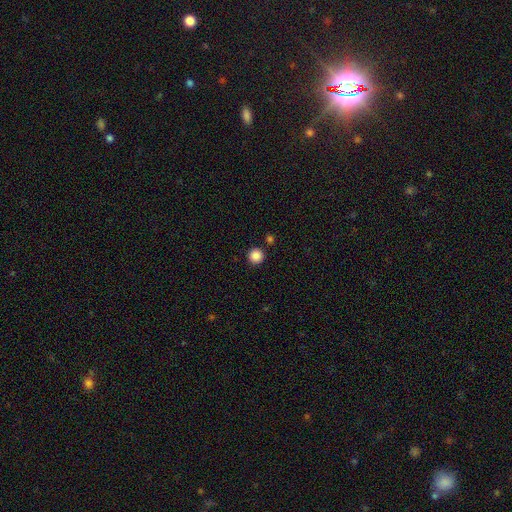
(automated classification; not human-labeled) Overall: smooth (87%). How rounded: round (96%). Merging: none (90%).